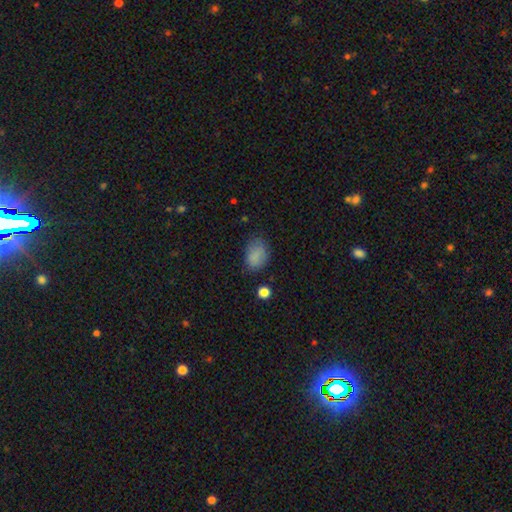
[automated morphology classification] Overall: smooth (84%). How rounded: in between (81%). Merging: none (68%).